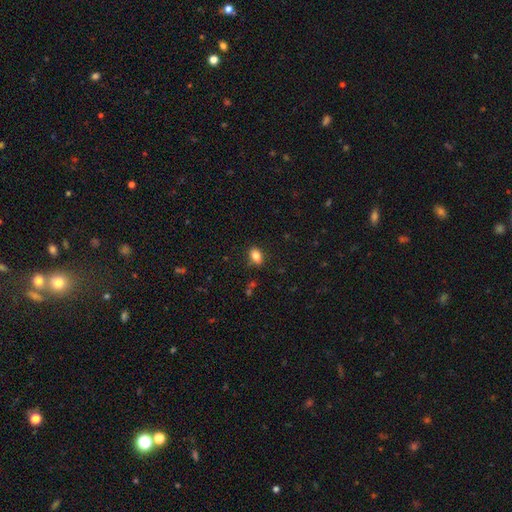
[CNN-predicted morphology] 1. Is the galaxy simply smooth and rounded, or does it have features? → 83% smooth, 10% star or artifact, 7% featured or disk.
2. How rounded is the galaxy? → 83% in between, 15% round, 2% cigar-shaped.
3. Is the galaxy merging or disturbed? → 85% none, 11% minor disturbance, 2% major disturbance, 2% merger.